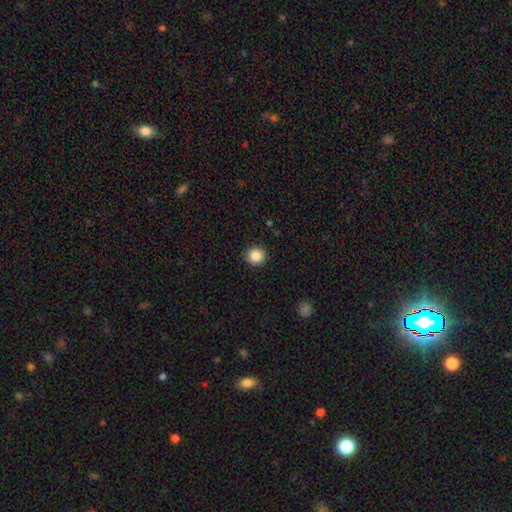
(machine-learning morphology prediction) smooth 86%, star or artifact 10%, featured or disk 4%. Down the decision tree: how rounded — round (90%); merging — none (91%).